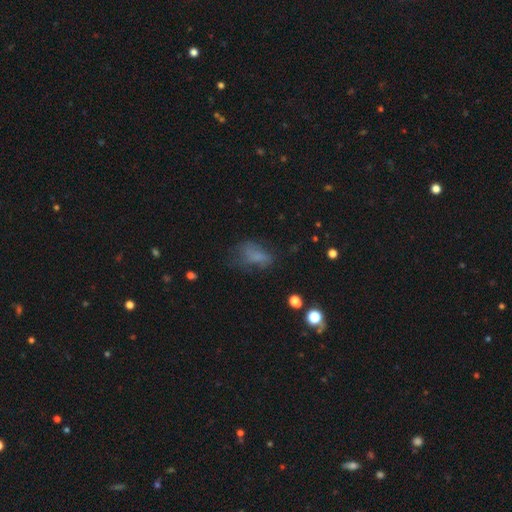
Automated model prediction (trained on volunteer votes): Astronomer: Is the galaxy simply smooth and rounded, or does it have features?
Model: smooth — 61%.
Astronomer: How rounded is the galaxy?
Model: in between — 82%.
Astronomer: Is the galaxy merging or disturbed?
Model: none — 41% (runner-up: major disturbance, 28%).